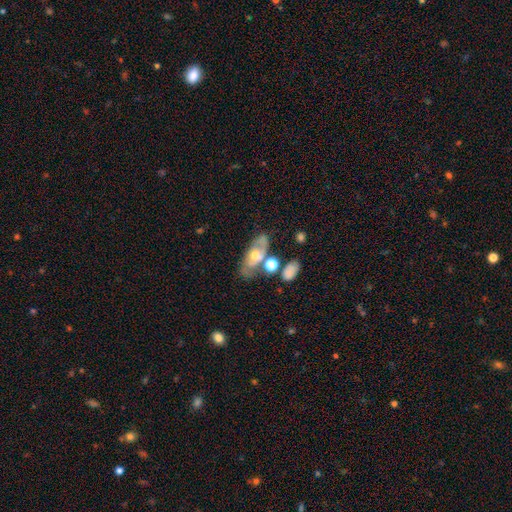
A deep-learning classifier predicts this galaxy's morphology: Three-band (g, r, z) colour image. It shows a featured or disk galaxy (56%). Merging: none (54%).